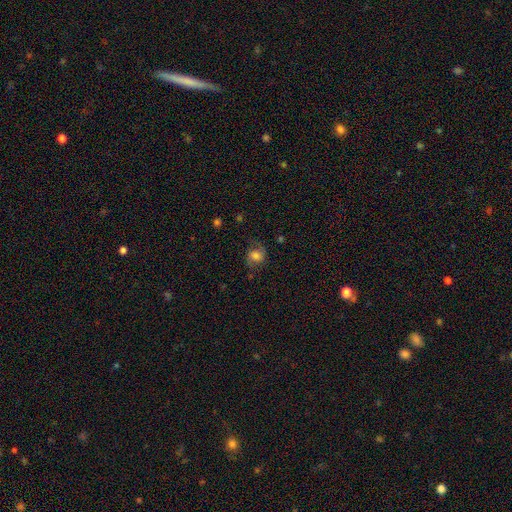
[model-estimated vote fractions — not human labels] A smooth galaxy with no disk features (57%) that is round (61%).

Vote fractions:
- Smooth or featured? smooth: 57% / featured or disk: 31% / star or artifact: 12%
- How rounded? round: 61% / in between: 38% / cigar-shaped: 1%
- Merging? none: 63% / minor disturbance: 23% / major disturbance: 13% / merger: 2%